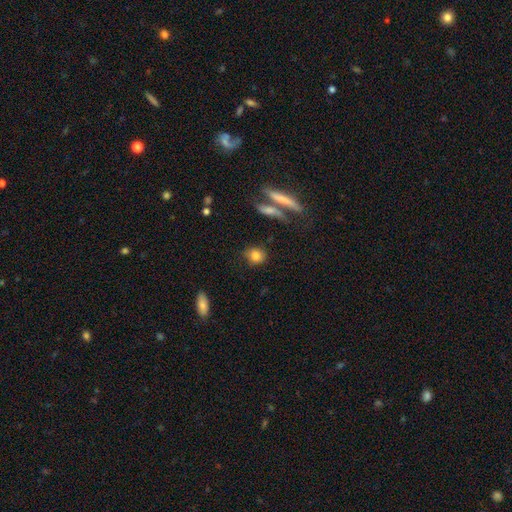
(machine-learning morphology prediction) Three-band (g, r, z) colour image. It shows a smooth galaxy with no disk features (80%) that is round (65%). Merging: none (76%).